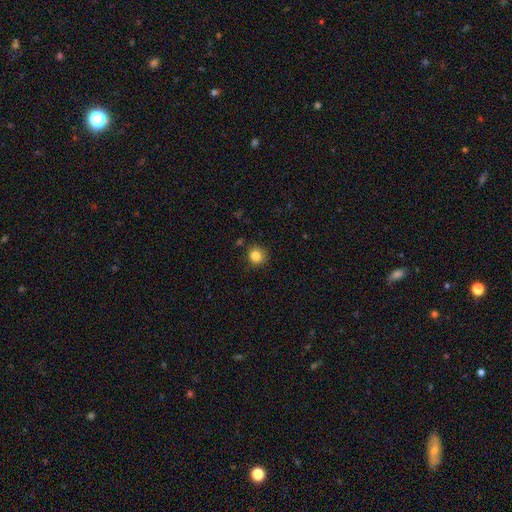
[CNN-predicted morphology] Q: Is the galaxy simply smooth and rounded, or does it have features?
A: smooth — 84%.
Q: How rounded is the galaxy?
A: round — 88%.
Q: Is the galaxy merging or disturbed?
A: none — 85%.